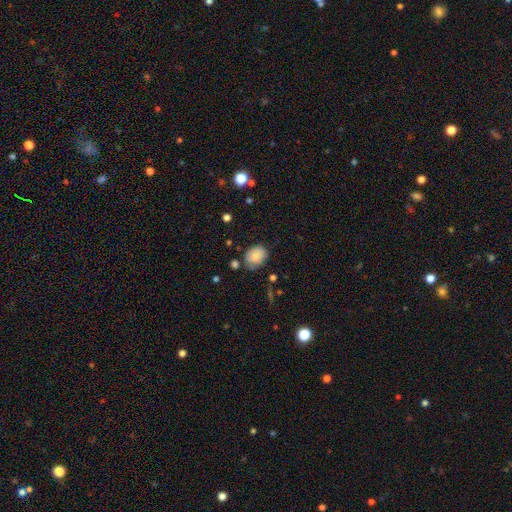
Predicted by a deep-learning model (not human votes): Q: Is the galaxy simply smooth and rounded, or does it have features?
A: smooth — 85%.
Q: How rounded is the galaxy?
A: in between — 65%.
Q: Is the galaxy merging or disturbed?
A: none — 67%.